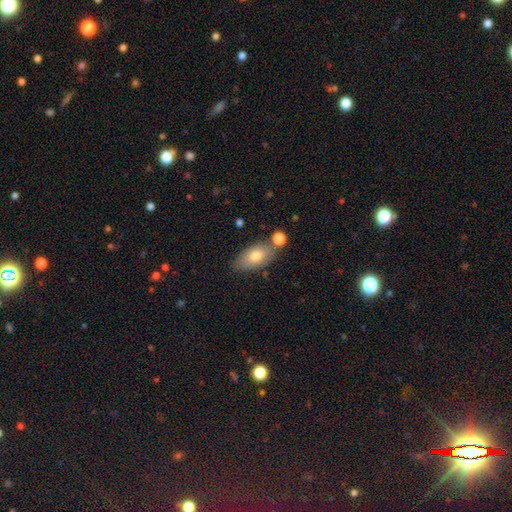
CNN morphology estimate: smooth_or_featured: smooth (p=0.75) [alt: featured or disk p=0.18]
how_rounded: in between (p=0.90) [alt: cigar-shaped p=0.05]
merging: none (p=0.68) [alt: minor disturbance p=0.16]